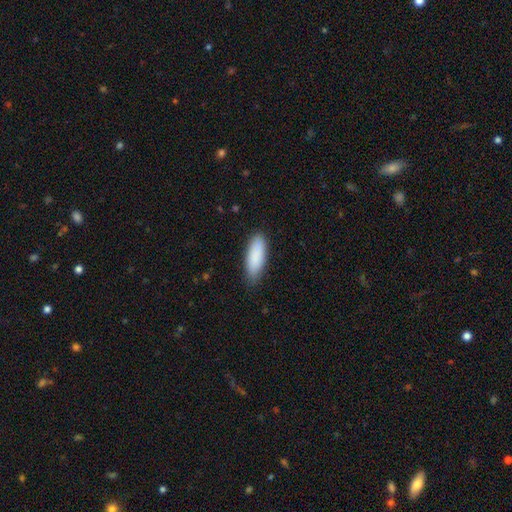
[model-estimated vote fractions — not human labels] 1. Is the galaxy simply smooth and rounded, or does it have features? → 89% smooth, 6% featured or disk, 6% star or artifact.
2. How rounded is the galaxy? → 59% in between, 39% cigar-shaped, 2% round.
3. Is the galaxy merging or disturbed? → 84% none, 13% minor disturbance, 2% major disturbance, 1% merger.